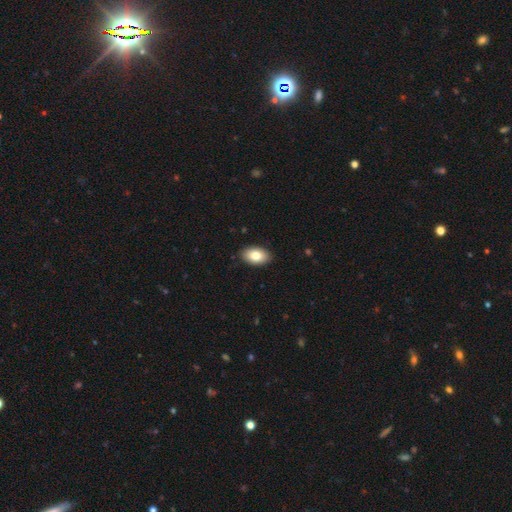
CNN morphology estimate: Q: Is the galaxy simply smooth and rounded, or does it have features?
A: smooth — 81%.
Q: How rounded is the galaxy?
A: in between — 92%.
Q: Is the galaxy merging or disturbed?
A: none — 90%.